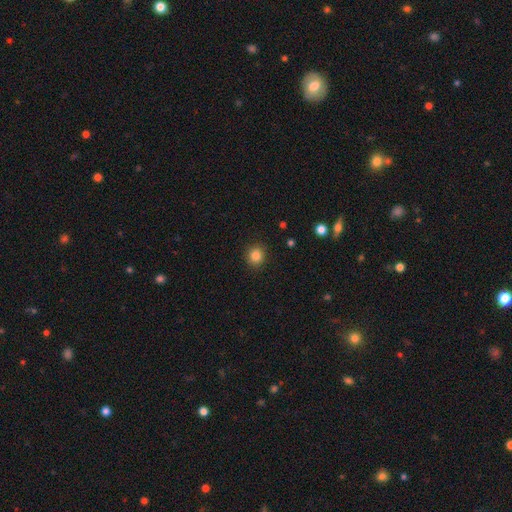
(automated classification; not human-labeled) This is clearly a smooth galaxy (84%). How rounded: clearly round (86%). Merging: clearly none (91%).